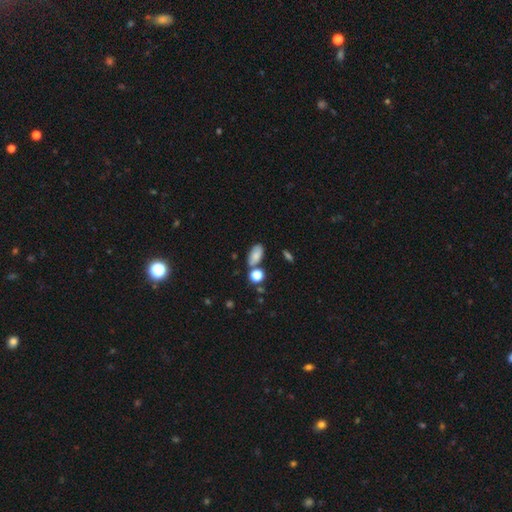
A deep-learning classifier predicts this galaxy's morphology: type=smooth (78%); roundness=in between (89%); merging=none (64%).